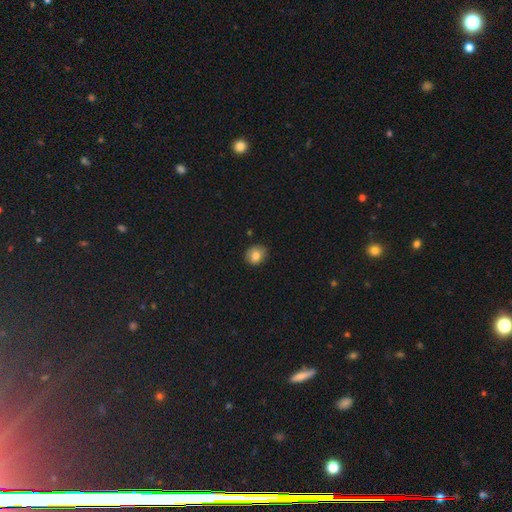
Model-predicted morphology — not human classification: smooth-or-featured: smooth: 81% | star or artifact: 10% | featured or disk: 9%
  how-rounded: round: 66% | in between: 33% | cigar-shaped: 1%
  merging: none: 79% | minor disturbance: 17% | major disturbance: 3% | merger: 1%